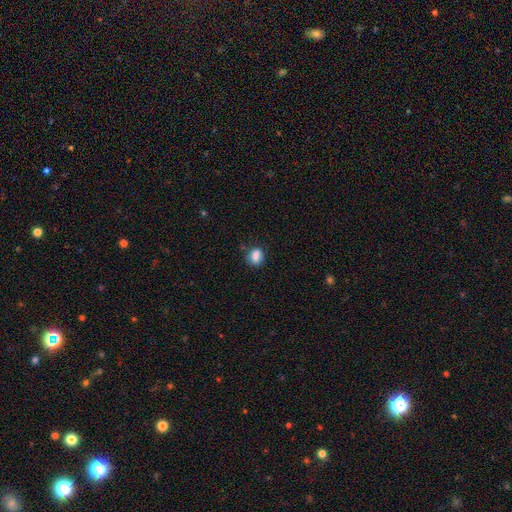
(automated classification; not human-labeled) This appears to be a smooth galaxy with no disk features (84%) that is in between round and cigar-shaped (56%). Merging: none (73%).